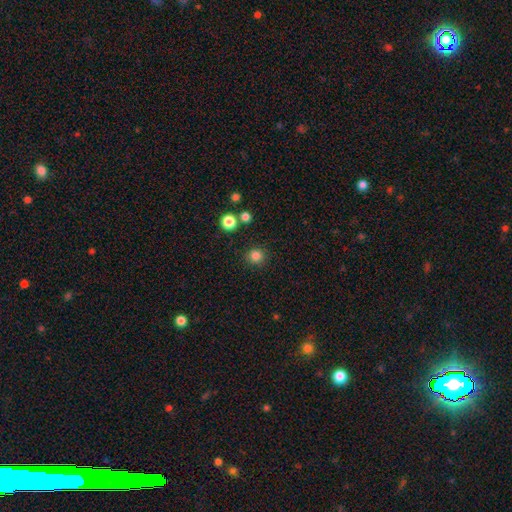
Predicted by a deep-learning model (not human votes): A smooth galaxy with no disk features (83%) that is round (92%).

Vote fractions:
- Smooth or featured? smooth: 83% / star or artifact: 13% / featured or disk: 4%
- How rounded? round: 92% / in between: 7% / cigar-shaped: 1%
- Merging? none: 89% / minor disturbance: 6% / merger: 3% / major disturbance: 2%